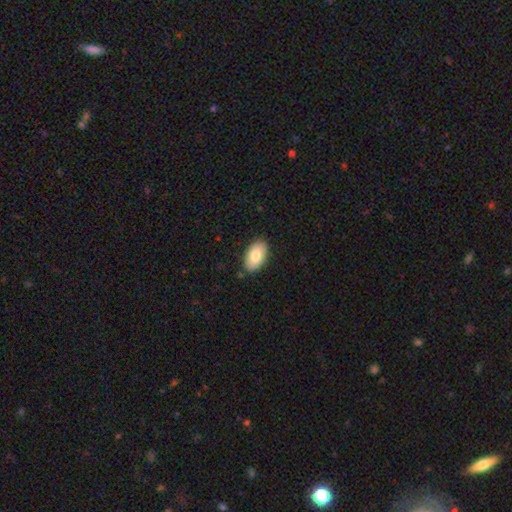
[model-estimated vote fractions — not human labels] Q: Smooth or featured?
A: smooth (81%); runner-up: featured or disk (12%)
Q: How rounded?
A: in between (95%); runner-up: round (4%)
Q: Merging?
A: none (86%); runner-up: minor disturbance (11%)